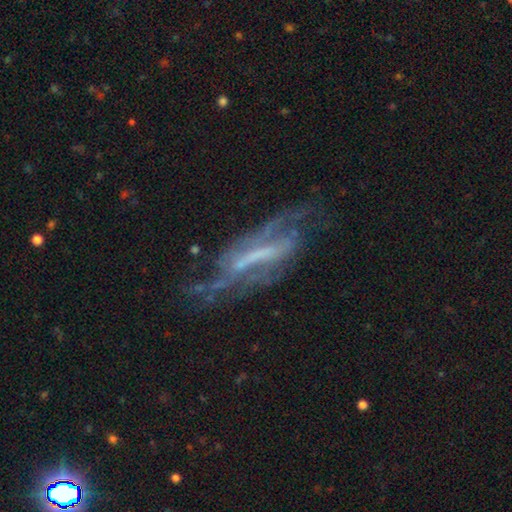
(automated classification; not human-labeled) This appears to be a featured or disk galaxy (79%) with a strong bar (55%), spiral arms (78%) and no central bulge (47%). Merging: none (54%).